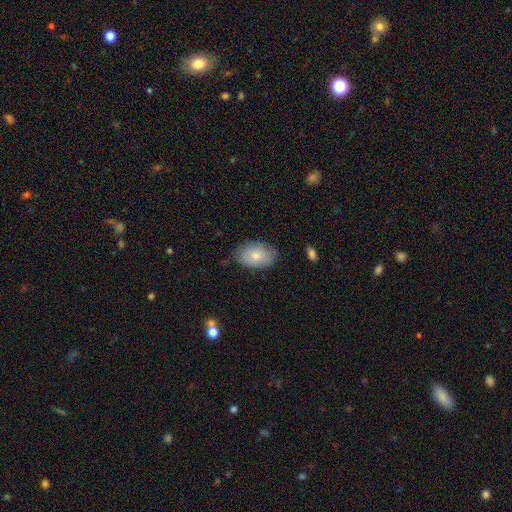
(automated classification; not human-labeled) Morphology: type=smooth (74%); roundness=in between (87%); merging=none (76%).